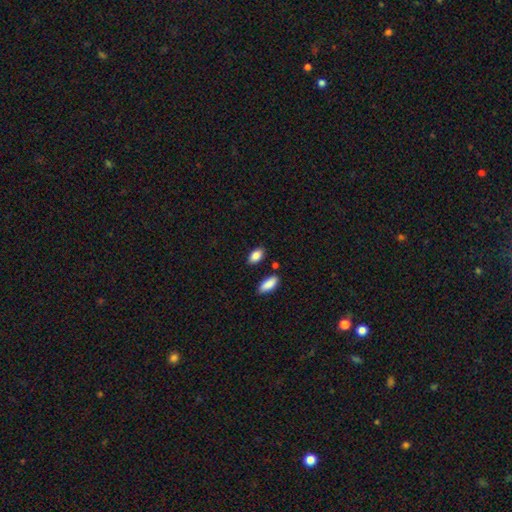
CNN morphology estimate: type=smooth (88%); roundness=in between (91%); merging=none (82%).